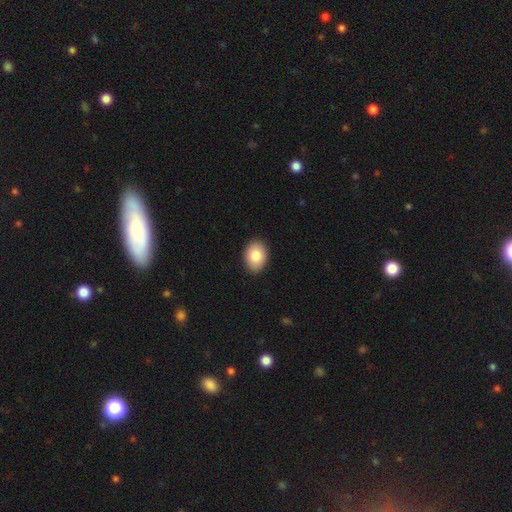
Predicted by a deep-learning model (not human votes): smooth 83%, featured or disk 10%, star or artifact 7%. Down the decision tree: how rounded — in between (75%); merging — none (90%).